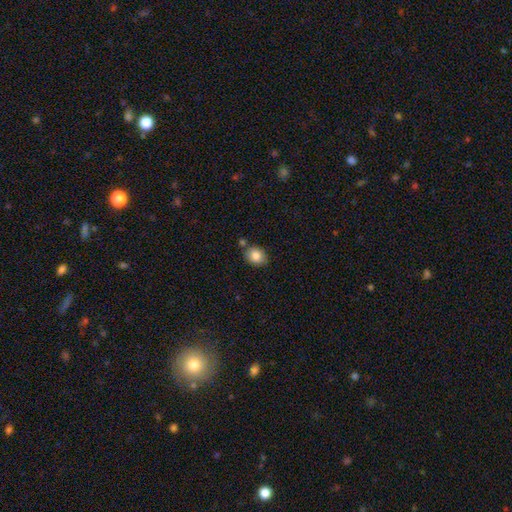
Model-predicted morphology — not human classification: This is clearly a smooth galaxy (85%). How rounded: possibly round (54%). Merging: likely none (75%).